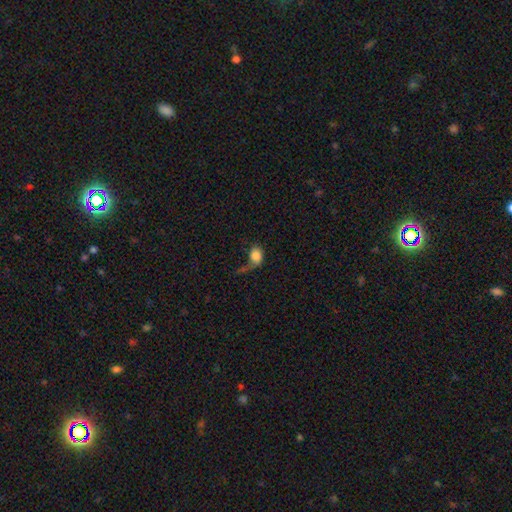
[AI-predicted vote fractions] smooth-or-featured: smooth: 75% | featured or disk: 16% | star or artifact: 9%
  how-rounded: in between: 61% | round: 37% | cigar-shaped: 2%
  merging: major disturbance: 45% | none: 24% | minor disturbance: 19% | merger: 11%